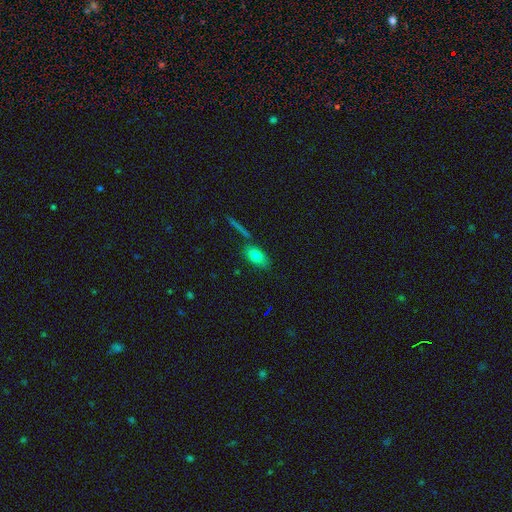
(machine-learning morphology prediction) The model was most divided on "merging": none: 72%, minor disturbance: 13%, merger: 11%, major disturbance: 4%. More confident: how rounded — in between (86%); smooth or featured — smooth (78%).